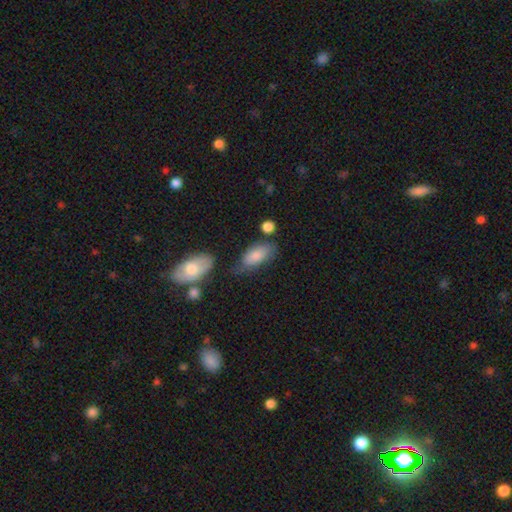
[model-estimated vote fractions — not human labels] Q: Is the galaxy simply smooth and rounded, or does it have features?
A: smooth — 81%.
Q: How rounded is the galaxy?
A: in between — 89%.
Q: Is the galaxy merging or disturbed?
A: none — 50%.